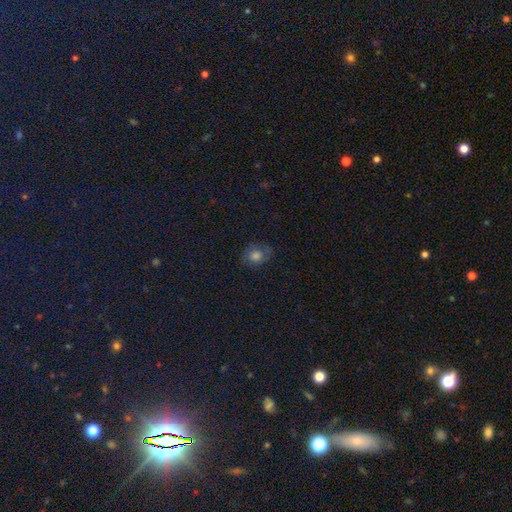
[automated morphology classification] A smooth galaxy with no disk features (68%) that is round (52%). Merging: none (72%).